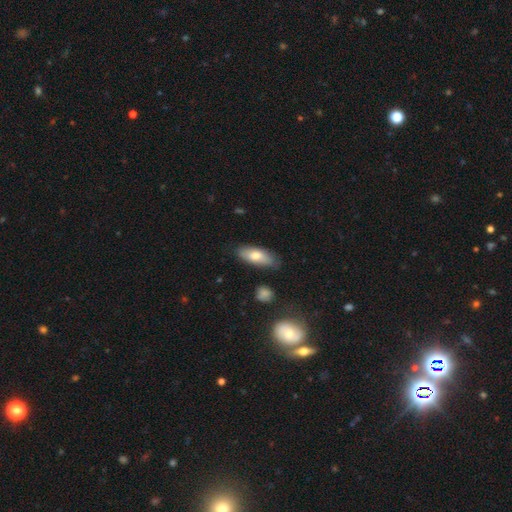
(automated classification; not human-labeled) smooth 73%, featured or disk 20%, star or artifact 6%. Down the decision tree: how rounded — in between (75%); merging — none (80%).